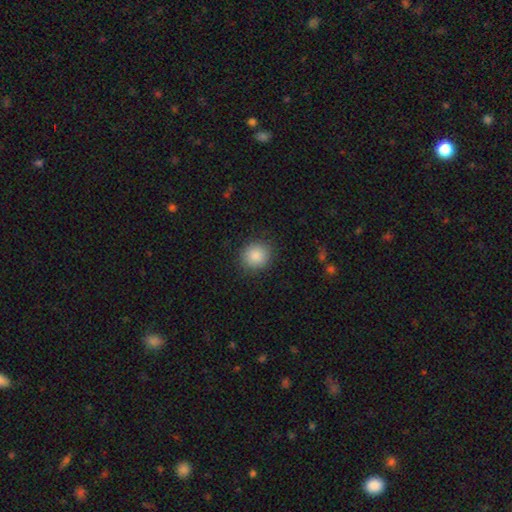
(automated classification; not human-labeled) A smooth galaxy with no disk features (88%) that is round (86%).

Vote fractions:
- Smooth or featured? smooth: 88% / star or artifact: 8% / featured or disk: 4%
- How rounded? round: 86% / in between: 13% / cigar-shaped: 1%
- Merging? none: 88% / minor disturbance: 8% / major disturbance: 3% / merger: 1%